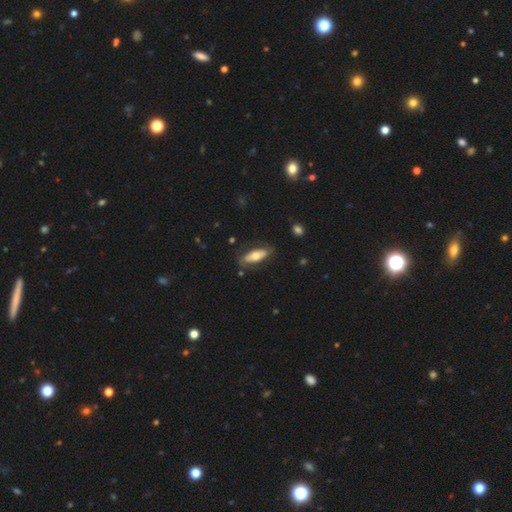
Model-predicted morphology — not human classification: A smooth galaxy with no disk features (56%) that is in between round and cigar-shaped (68%). Merging: none (76%).